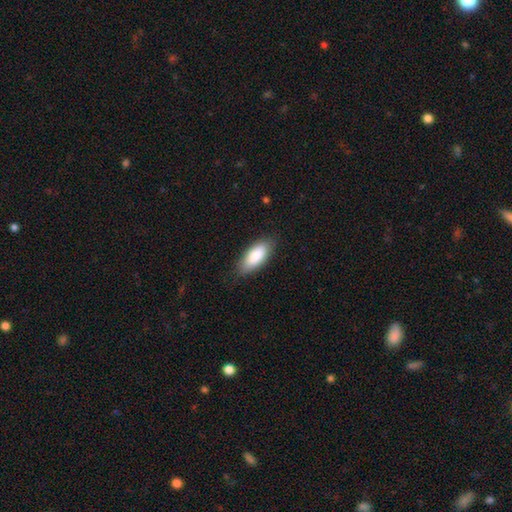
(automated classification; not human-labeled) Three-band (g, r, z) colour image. It shows a smooth galaxy with no disk features (87%) that is in between round and cigar-shaped (83%). Merging: none (83%).